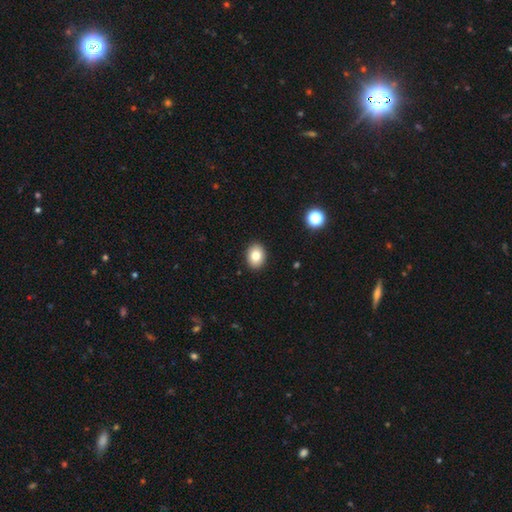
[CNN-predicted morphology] This is clearly a smooth galaxy (81%). How rounded: likely in between (61%). Merging: clearly none (91%).